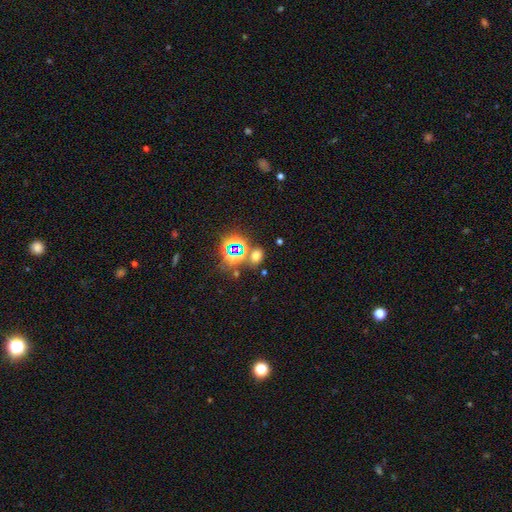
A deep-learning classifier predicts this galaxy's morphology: smooth 52%, star or artifact 40%, featured or disk 8%. Down the decision tree: how rounded — in between (59%); merging — none (72%).